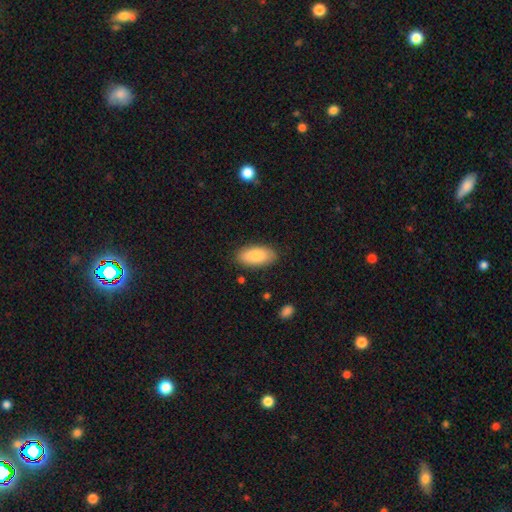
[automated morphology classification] Q: Smooth or featured?
A: smooth (84%); runner-up: featured or disk (10%)
Q: How rounded?
A: in between (92%); runner-up: cigar-shaped (6%)
Q: Merging?
A: none (86%); runner-up: minor disturbance (10%)